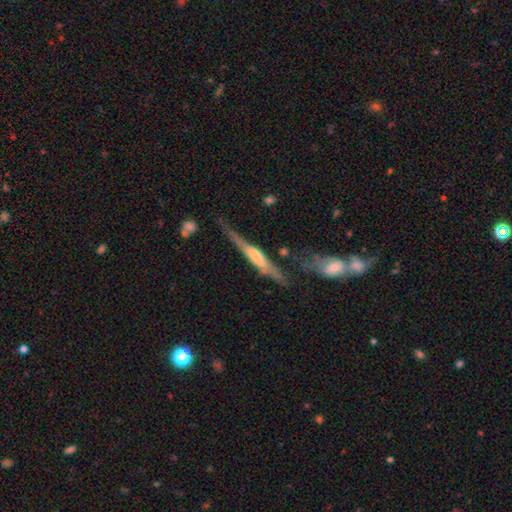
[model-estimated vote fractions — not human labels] A featured or disk galaxy (67%) viewed edge-on (92%) with a rounded central bulge (52%).

Vote fractions:
- Smooth or featured? featured or disk: 67% / smooth: 26% / star or artifact: 6%
- Edge-on disk? yes: 92% / no: 8%
- Edge-on bulge? rounded: 52% / boxy: 28% / none: 20%
- Merging? none: 60% / minor disturbance: 21% / merger: 10% / major disturbance: 9%